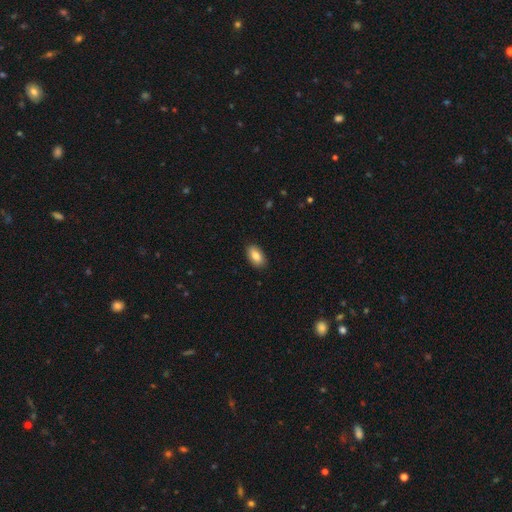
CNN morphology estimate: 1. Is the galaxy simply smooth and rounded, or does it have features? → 83% smooth, 10% featured or disk, 7% star or artifact.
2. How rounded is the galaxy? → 93% in between, 4% round, 2% cigar-shaped.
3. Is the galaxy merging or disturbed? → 89% none, 9% minor disturbance, 2% major disturbance, 1% merger.